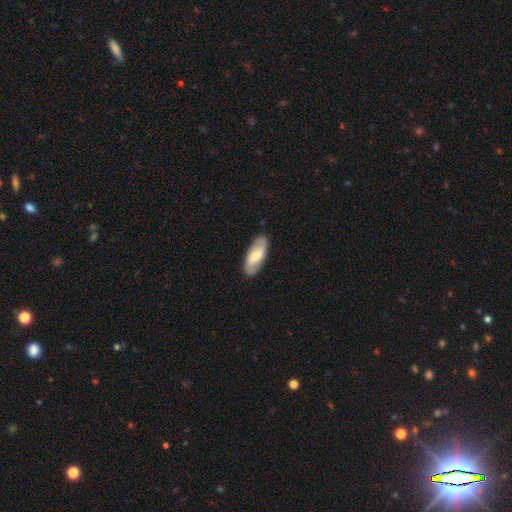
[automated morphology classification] Q: Smooth or featured?
A: smooth (56%); runner-up: featured or disk (39%)
Q: How rounded?
A: in between (79%); runner-up: cigar-shaped (18%)
Q: Merging?
A: none (87%); runner-up: minor disturbance (10%)